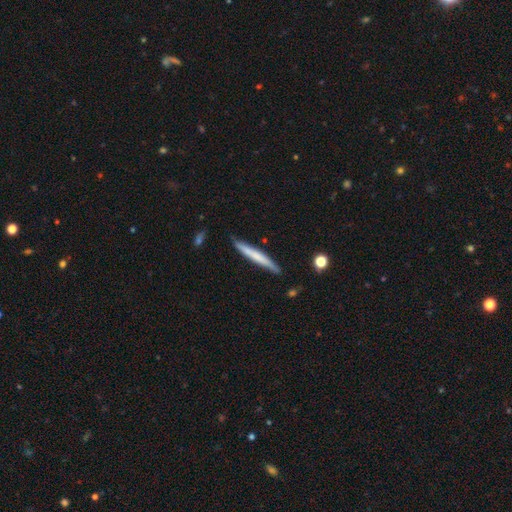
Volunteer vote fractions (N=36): Smooth or featured? 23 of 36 (64%) said smooth. How rounded? 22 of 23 (96%) said cigar-shaped. Merging? 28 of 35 (80%) said none.